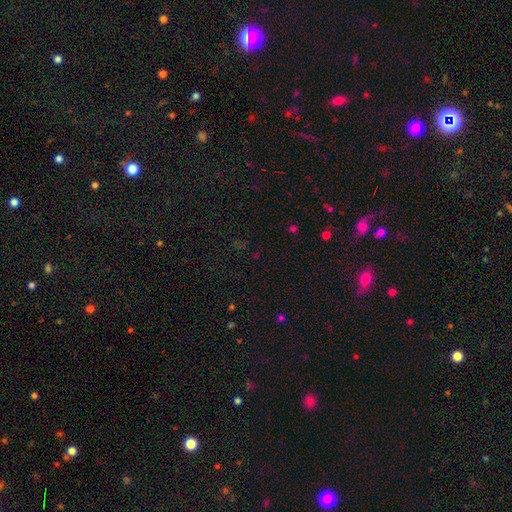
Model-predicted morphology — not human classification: Smooth or featured: star or artifact — 64% (smooth — 28%)